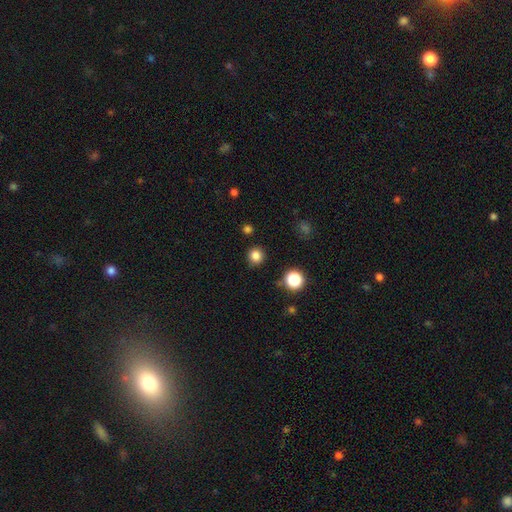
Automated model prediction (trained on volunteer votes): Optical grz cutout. It shows a smooth galaxy with no disk features (82%) that is round (92%). Merging: none (89%).